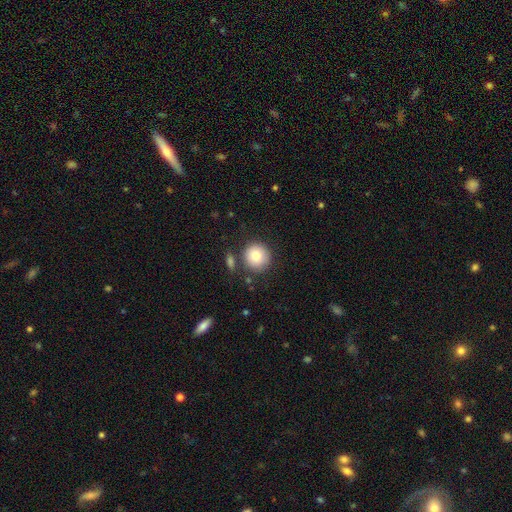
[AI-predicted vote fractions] Morphology: type=smooth (82%); roundness=round (94%); merging=none (79%).